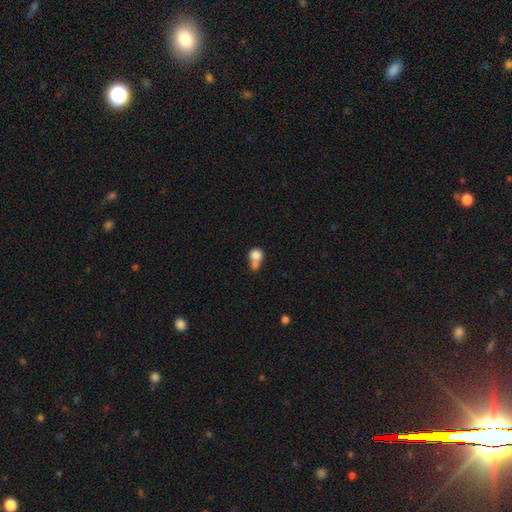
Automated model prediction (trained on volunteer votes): This appears to be a smooth galaxy with no disk features (79%) that is round (77%). Merging: merger (54%).